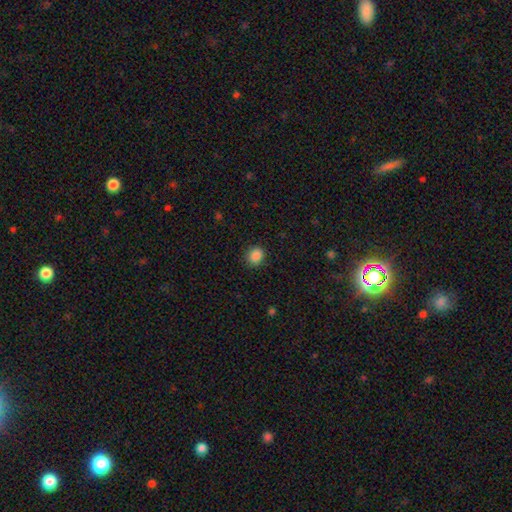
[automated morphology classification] The model was most divided on "how rounded": round: 72%, in between: 27%, cigar-shaped: 1%. More confident: merging — none (88%); smooth or featured — smooth (87%).